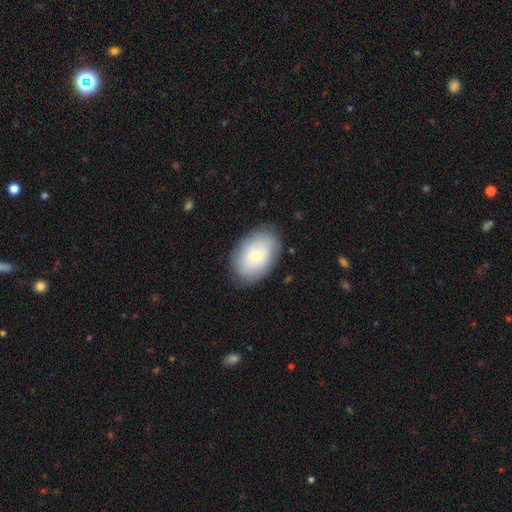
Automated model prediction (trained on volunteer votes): A smooth galaxy with no disk features (59%) that is in between round and cigar-shaped (86%).

Vote fractions:
- Smooth or featured? smooth: 59% / featured or disk: 33% / star or artifact: 7%
- How rounded? in between: 86% / round: 13% / cigar-shaped: 1%
- Merging? none: 82% / minor disturbance: 13% / major disturbance: 4% / merger: 1%